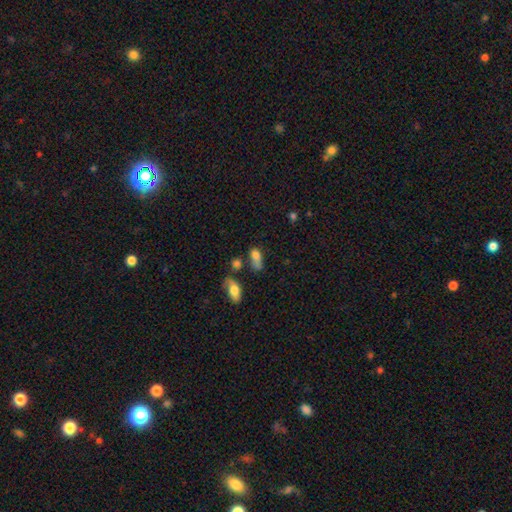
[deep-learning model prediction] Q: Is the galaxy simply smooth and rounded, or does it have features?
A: smooth — 76%.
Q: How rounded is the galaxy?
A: in between — 76%.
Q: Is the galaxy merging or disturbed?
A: none — 34%.